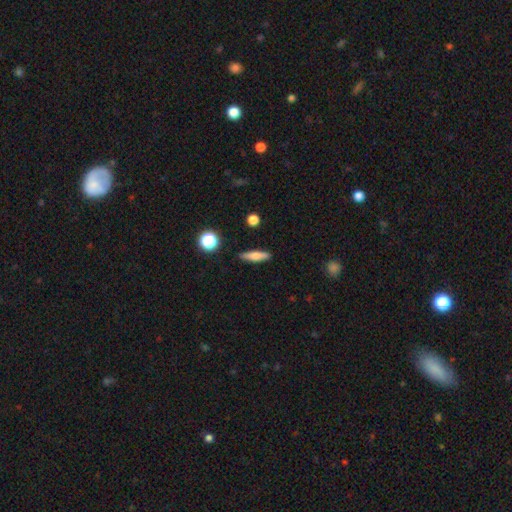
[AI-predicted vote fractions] Smooth or featured? Predicted: smooth (p=0.65). How rounded? Predicted: cigar-shaped (p=0.71). Merging? Predicted: none (p=0.88).